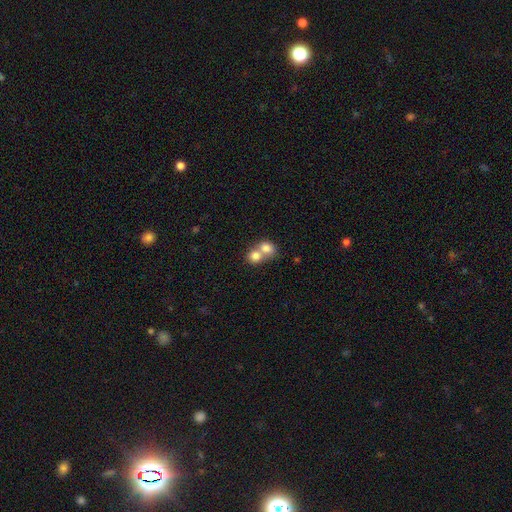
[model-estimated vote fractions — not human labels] This is likely a smooth galaxy (78%). How rounded: likely round (68%). Merging: likely merger (68%).